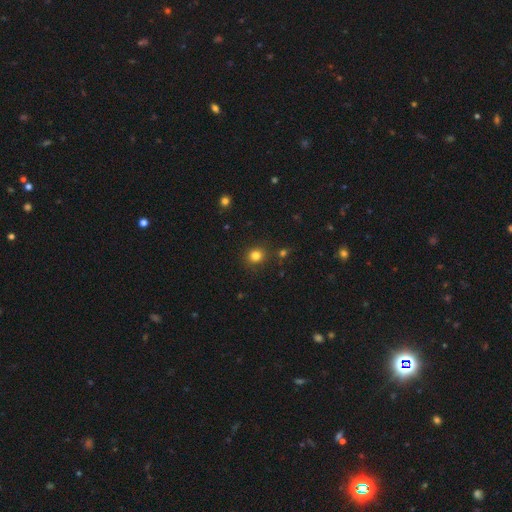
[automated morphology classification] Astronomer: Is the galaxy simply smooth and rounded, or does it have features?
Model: smooth — 81%.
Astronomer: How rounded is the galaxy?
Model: round — 84%.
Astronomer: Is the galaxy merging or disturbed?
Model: none — 85%.